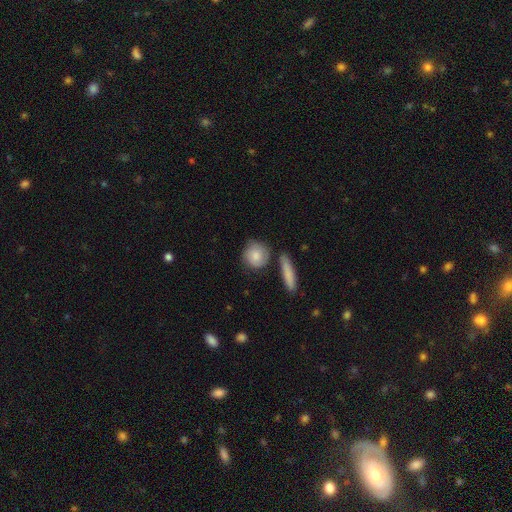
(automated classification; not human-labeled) Smooth or featured?
  - smooth: 72% *
  - featured or disk: 22%
  - star or artifact: 6%
How rounded?
  - round: 79% *
  - in between: 17%
  - cigar-shaped: 4%
Merging?
  - none: 69% *
  - minor disturbance: 17%
  - merger: 9%
  - major disturbance: 5%